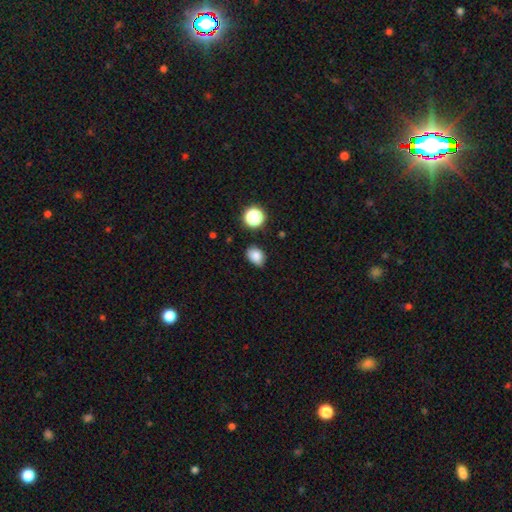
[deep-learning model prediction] smooth-or-featured: smooth: 83% | star or artifact: 12% | featured or disk: 6%
  how-rounded: in between: 70% | round: 29% | cigar-shaped: 1%
  merging: none: 77% | minor disturbance: 17% | major disturbance: 3% | merger: 2%